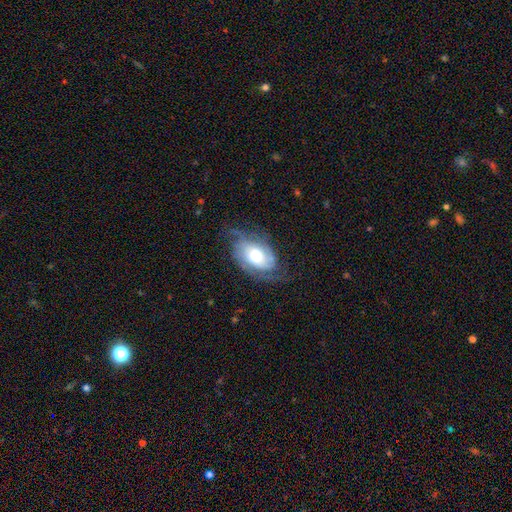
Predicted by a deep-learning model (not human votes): Morphology: type=featured or disk (76%); edge-on=no (95%); bar=no (72%); spiral arms=yes (92%); winding=tight (40%); arm count=2 (55%); bulge=moderate (59%); merging=none (64%).